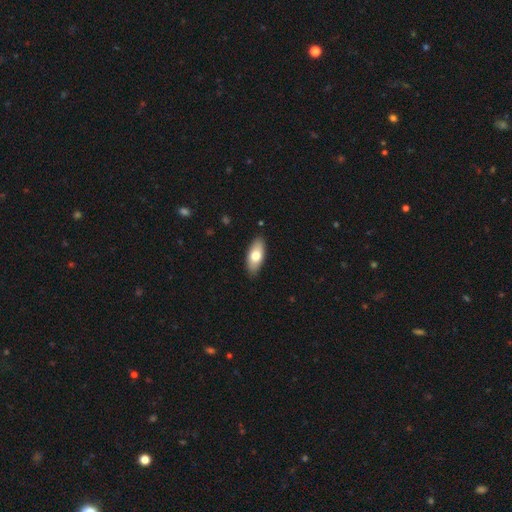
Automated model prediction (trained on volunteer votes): A smooth galaxy with no disk features (72%) that is in between round and cigar-shaped (84%).

Vote fractions:
- Smooth or featured? smooth: 72% / featured or disk: 22% / star or artifact: 6%
- How rounded? in between: 84% / cigar-shaped: 13% / round: 3%
- Merging? none: 87% / minor disturbance: 10% / major disturbance: 2% / merger: 1%